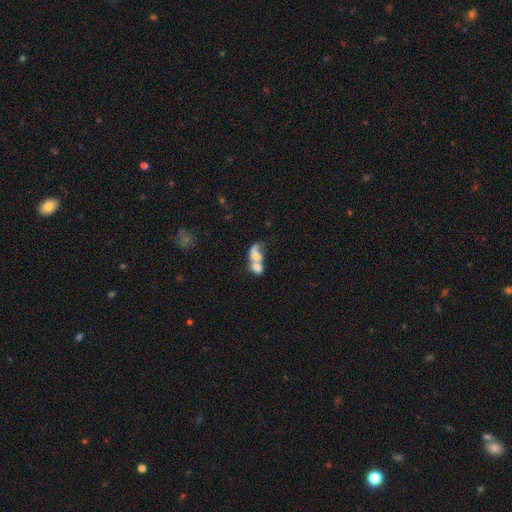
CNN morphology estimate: This appears to be a smooth galaxy with no disk features (62%) that is in between round and cigar-shaped (78%). Merging: merger (76%).